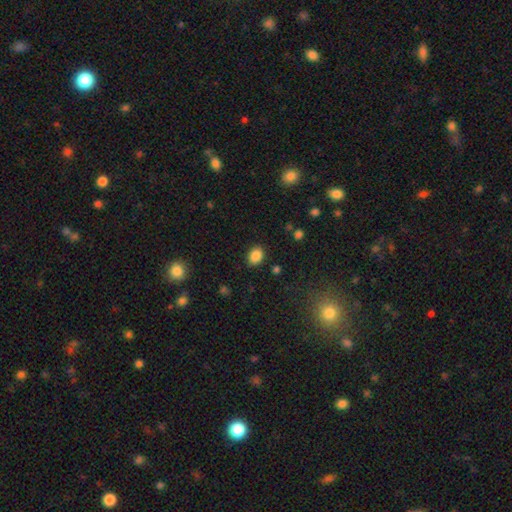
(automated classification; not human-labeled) Smooth or featured: smooth — 86% (star or artifact — 10%)
How rounded: in between — 64% (round — 35%)
Merging: none — 86% (minor disturbance — 9%)